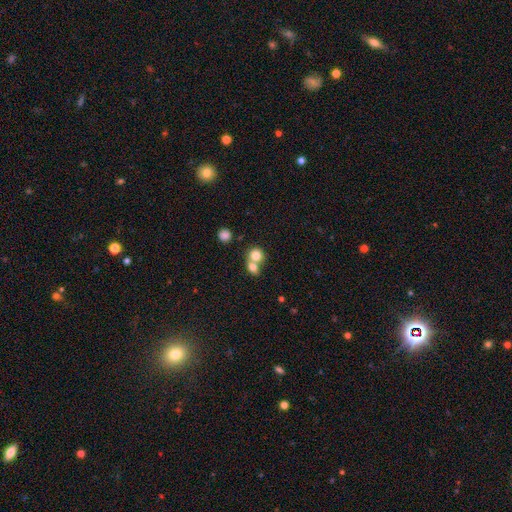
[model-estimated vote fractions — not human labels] This is likely a smooth galaxy (79%). How rounded: likely round (78%). Merging: possibly merger (60%).